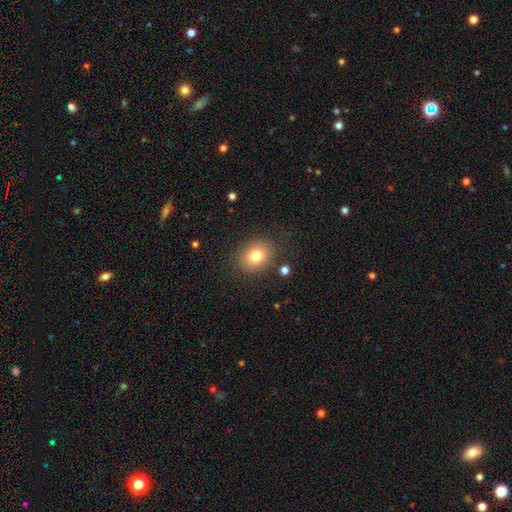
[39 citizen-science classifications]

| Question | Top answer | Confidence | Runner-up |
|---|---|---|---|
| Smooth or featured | smooth | 85% | featured or disk (8%) |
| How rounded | in between | 64% | round (33%) |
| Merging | none | 86% | minor disturbance (6%) |